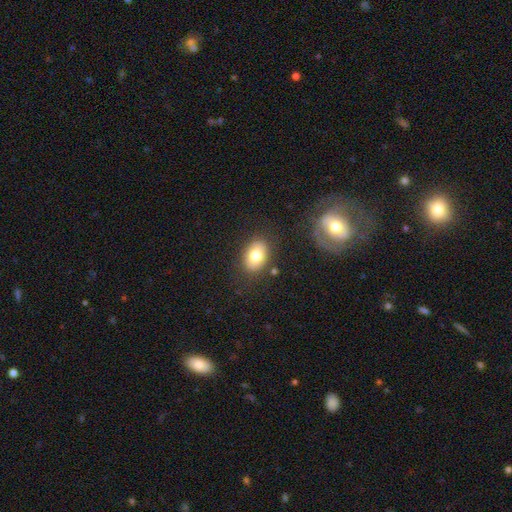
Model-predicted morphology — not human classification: This is likely a smooth galaxy (78%). How rounded: likely in between (80%). Merging: clearly none (82%).